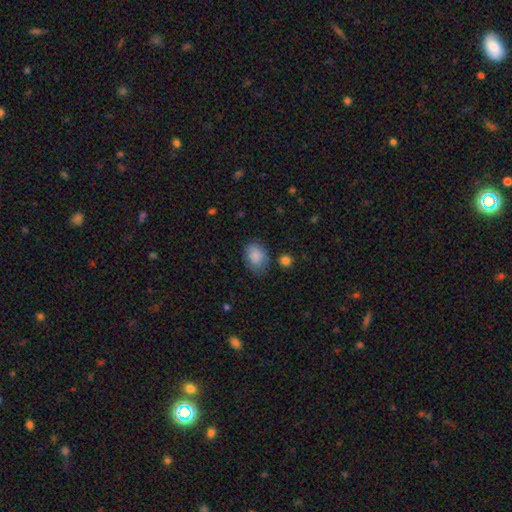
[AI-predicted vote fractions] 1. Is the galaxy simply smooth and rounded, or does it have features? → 85% smooth, 8% featured or disk, 7% star or artifact.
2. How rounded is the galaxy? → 75% in between, 24% round, 1% cigar-shaped.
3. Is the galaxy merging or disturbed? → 72% none, 19% minor disturbance, 6% major disturbance, 3% merger.